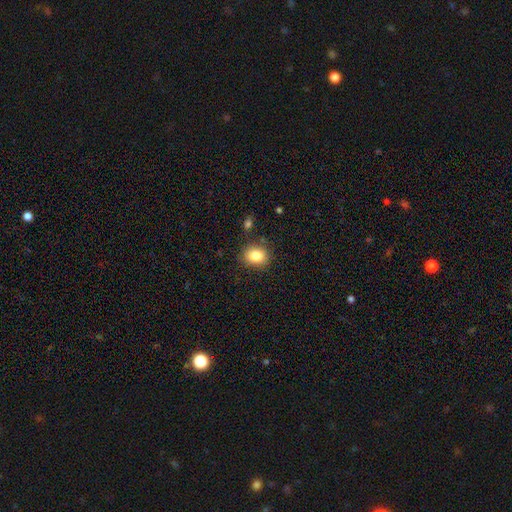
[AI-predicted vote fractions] Smooth or featured? smooth (84%)
How rounded? round (58%)
Merging? none (83%)